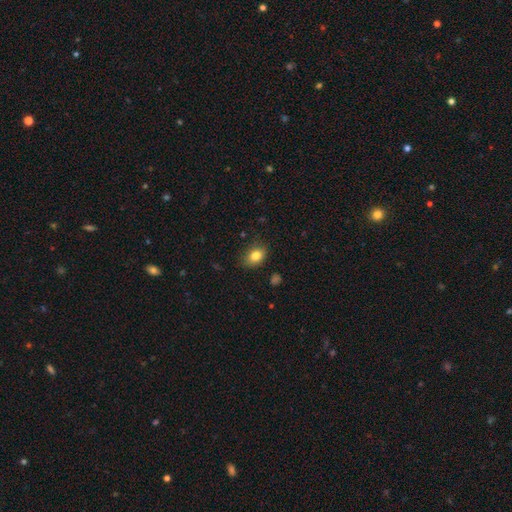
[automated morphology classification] smooth-or-featured: smooth: 82% | star or artifact: 10% | featured or disk: 8%
  how-rounded: in between: 72% | round: 26% | cigar-shaped: 1%
  merging: none: 81% | minor disturbance: 14% | major disturbance: 3% | merger: 1%